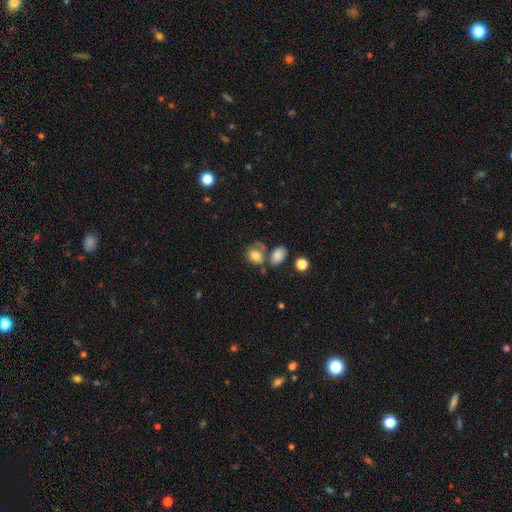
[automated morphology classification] Q: Smooth or featured?
A: smooth (77%); runner-up: featured or disk (13%)
Q: How rounded?
A: round (51%); runner-up: in between (47%)
Q: Merging?
A: none (45%); runner-up: merger (28%)